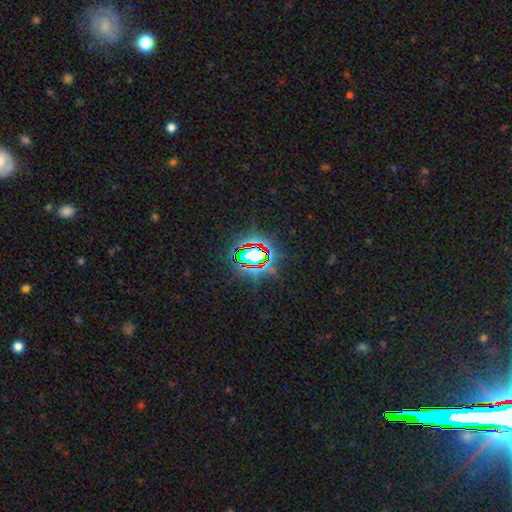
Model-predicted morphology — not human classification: Overall: star or artifact (77%).